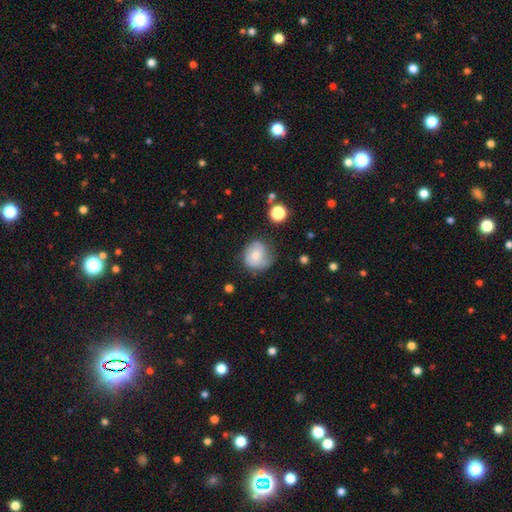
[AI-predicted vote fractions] Smooth or featured?
  - smooth: 65% *
  - featured or disk: 26%
  - star or artifact: 9%
How rounded?
  - round: 82% *
  - in between: 17%
  - cigar-shaped: 1%
Merging?
  - none: 58% *
  - minor disturbance: 29%
  - major disturbance: 10%
  - merger: 3%